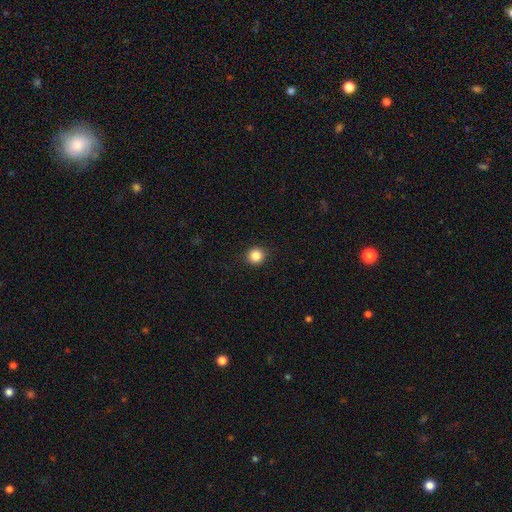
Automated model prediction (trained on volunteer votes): Smooth or featured? Predicted: smooth (p=0.85). How rounded? Predicted: round (p=0.93). Merging? Predicted: none (p=0.92).